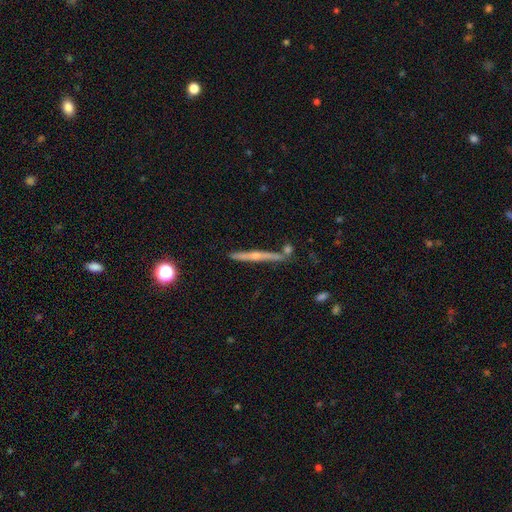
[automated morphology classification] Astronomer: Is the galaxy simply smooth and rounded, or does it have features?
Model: featured or disk — 75%.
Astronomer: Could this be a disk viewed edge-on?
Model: yes — 97%.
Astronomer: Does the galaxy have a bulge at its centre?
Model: rounded — 79%.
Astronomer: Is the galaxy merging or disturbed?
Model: none — 82%.